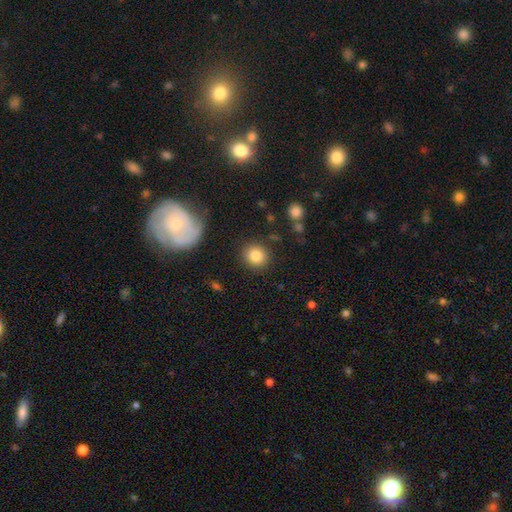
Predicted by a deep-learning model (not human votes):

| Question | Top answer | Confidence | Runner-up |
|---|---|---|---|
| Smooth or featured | smooth | 84% | star or artifact (10%) |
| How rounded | round | 88% | in between (11%) |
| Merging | none | 88% | minor disturbance (7%) |